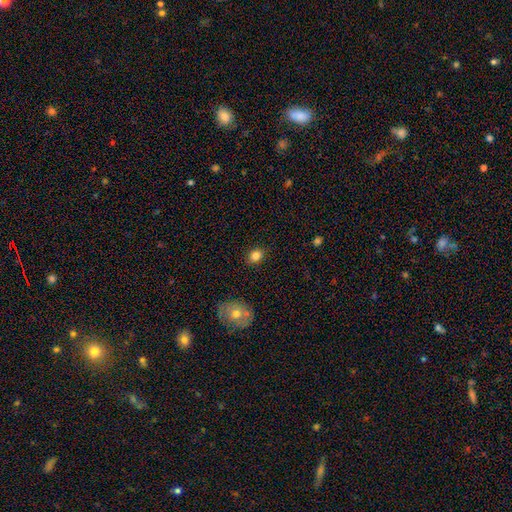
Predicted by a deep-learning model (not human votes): Smooth or featured?
  - smooth: 83% *
  - star or artifact: 11%
  - featured or disk: 7%
How rounded?
  - round: 50% *
  - in between: 49%
  - cigar-shaped: 1%
Merging?
  - none: 86% *
  - minor disturbance: 10%
  - major disturbance: 2%
  - merger: 2%